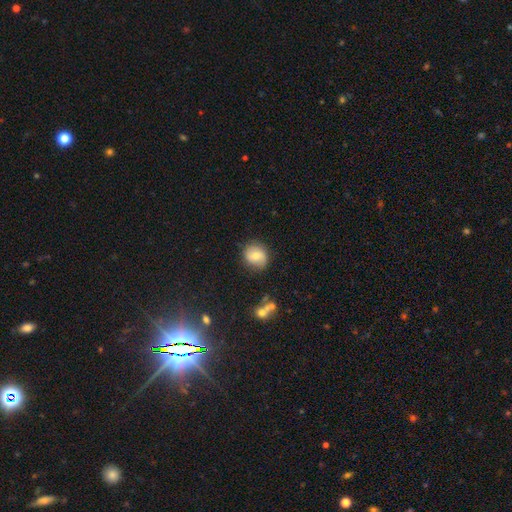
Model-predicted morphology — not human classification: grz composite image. It shows a smooth galaxy with no disk features (65%) that is round (79%). Merging: none (78%).